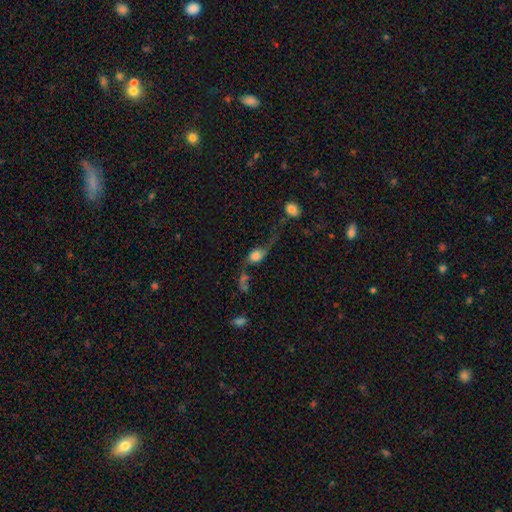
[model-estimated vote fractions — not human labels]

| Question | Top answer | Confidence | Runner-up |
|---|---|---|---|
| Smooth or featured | featured or disk | 60% | smooth (28%) |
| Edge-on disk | no | 82% | yes (18%) |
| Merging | major disturbance | 32% | none (30%) |